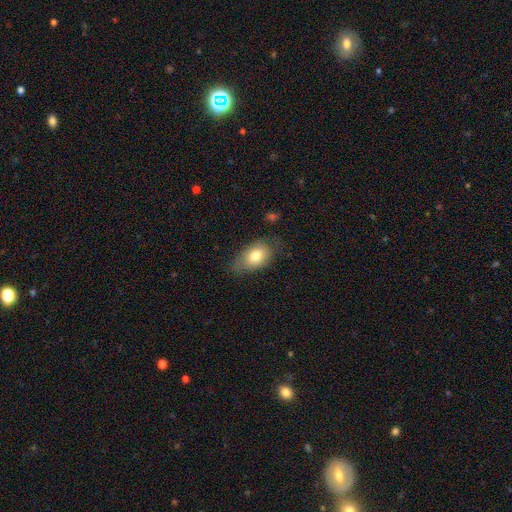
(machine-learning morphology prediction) smooth_or_featured: smooth (p=0.76) [alt: featured or disk p=0.16]
how_rounded: in between (p=0.86) [alt: round p=0.12]
merging: none (p=0.63) [alt: minor disturbance p=0.28]